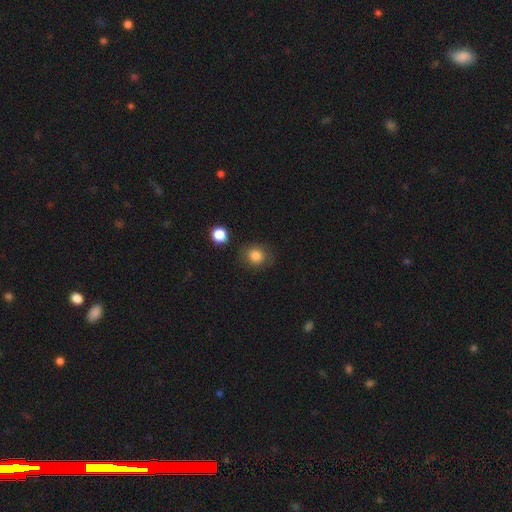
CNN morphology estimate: smooth-or-featured: smooth: 84% | star or artifact: 10% | featured or disk: 6%
  how-rounded: round: 79% | in between: 20% | cigar-shaped: 1%
  merging: none: 81% | minor disturbance: 12% | major disturbance: 4% | merger: 3%